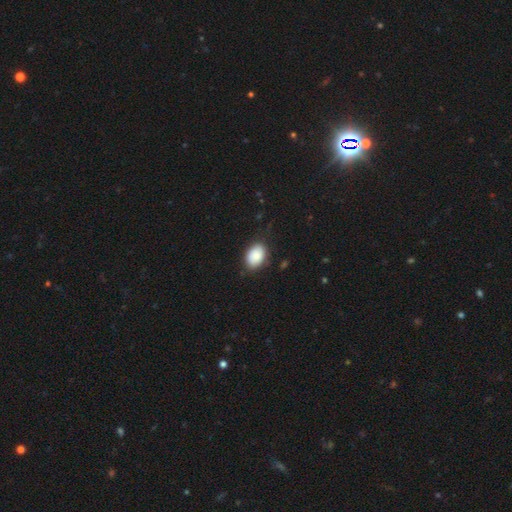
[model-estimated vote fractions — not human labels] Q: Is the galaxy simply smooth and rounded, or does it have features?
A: smooth — 85%.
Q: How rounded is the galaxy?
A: in between — 84%.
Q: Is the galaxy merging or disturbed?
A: none — 81%.